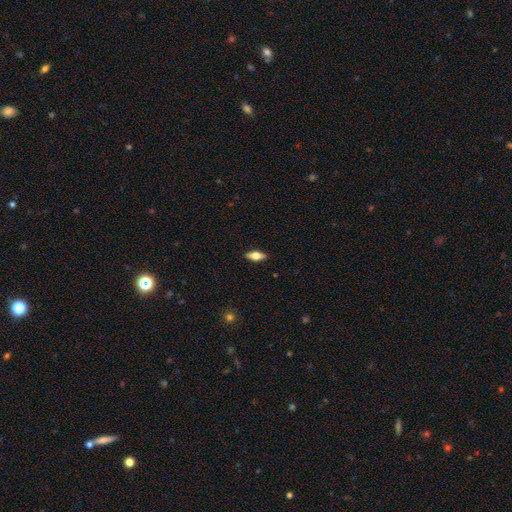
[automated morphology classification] type=smooth (58%); roundness=in between (74%); merging=none (89%).